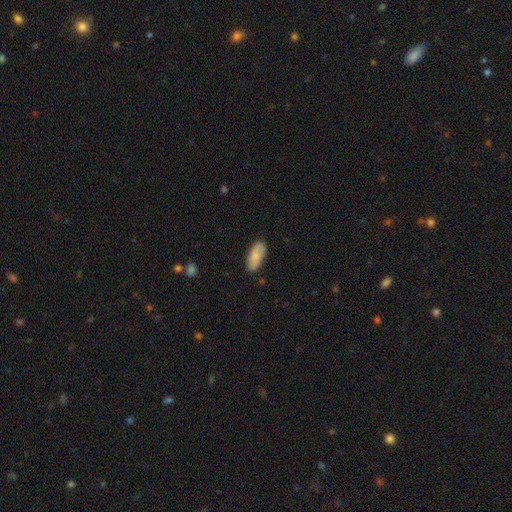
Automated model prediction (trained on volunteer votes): This is clearly a smooth galaxy (80%). How rounded: clearly in between (88%). Merging: clearly none (82%).